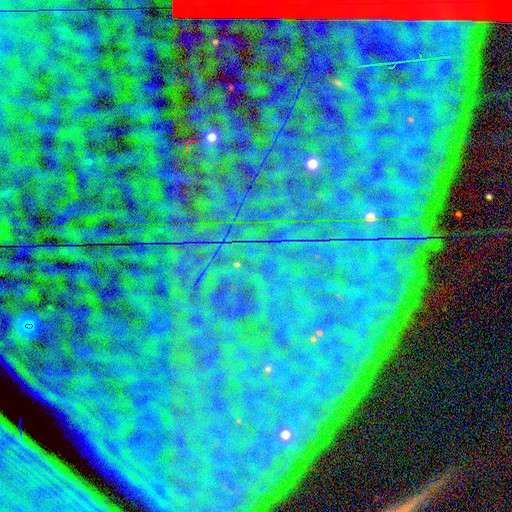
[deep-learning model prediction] Smooth or featured: star or artifact — 86% (featured or disk — 7%)